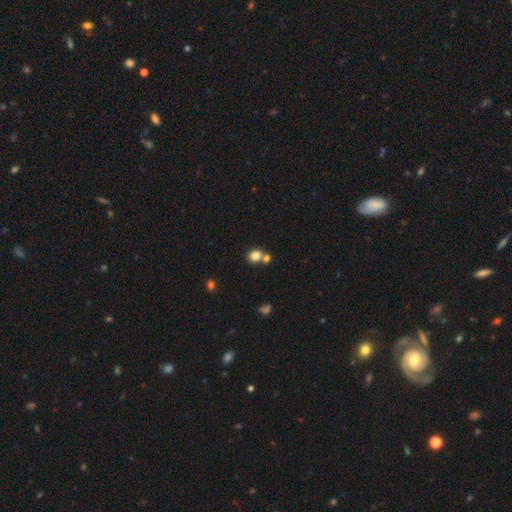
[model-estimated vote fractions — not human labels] Morphology: type=smooth (81%); roundness=round (71%); merging=none (54%).